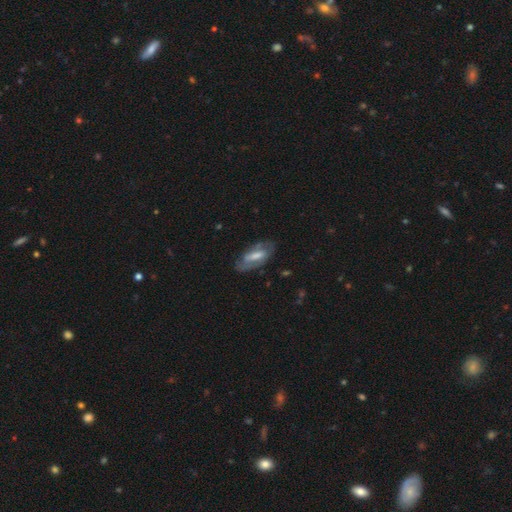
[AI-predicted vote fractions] This appears to be a featured or disk galaxy (57%). Merging: none (69%).